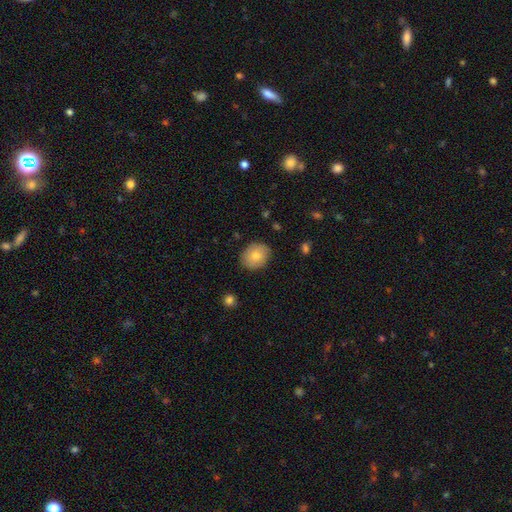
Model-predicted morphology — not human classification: This is likely a smooth galaxy (78%). How rounded: likely round (64%). Merging: clearly none (84%).